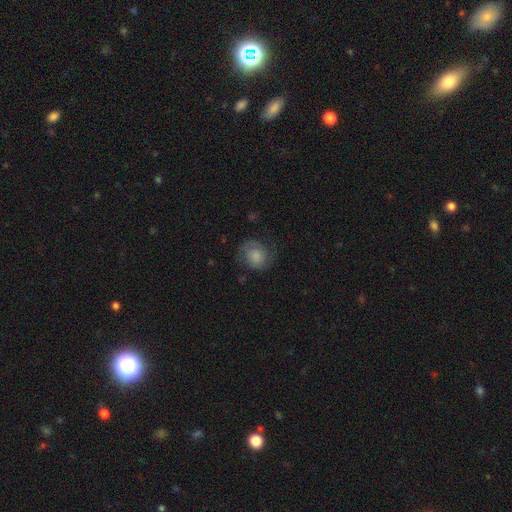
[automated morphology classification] This is likely a smooth galaxy (65%). How rounded: likely round (75%). Merging: likely none (61%).